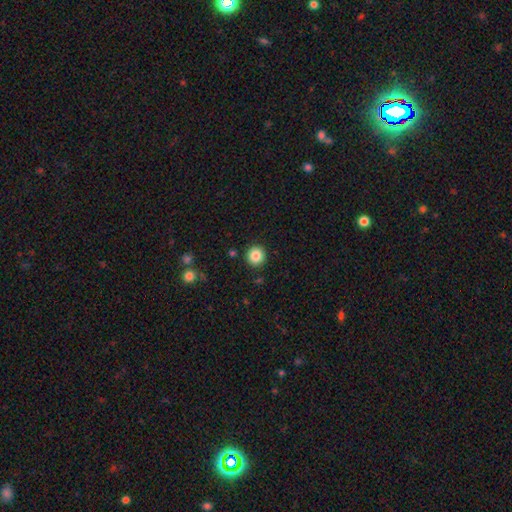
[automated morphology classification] Smooth or featured? Predicted: smooth (p=0.86). How rounded? Predicted: round (p=0.94). Merging? Predicted: none (p=0.91).